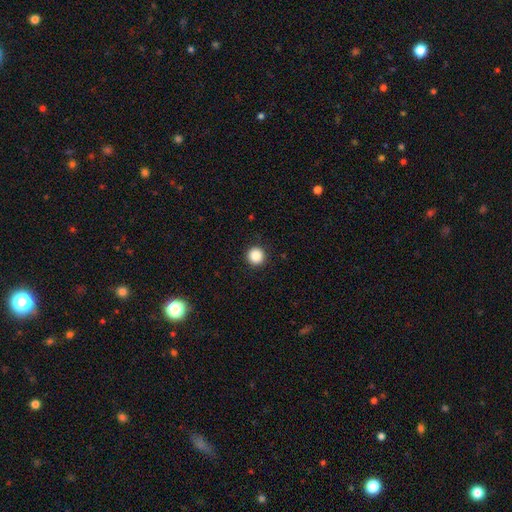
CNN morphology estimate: Smooth or featured: smooth — 88% (star or artifact — 10%)
How rounded: round — 96% (in between — 3%)
Merging: none — 92% (minor disturbance — 5%)